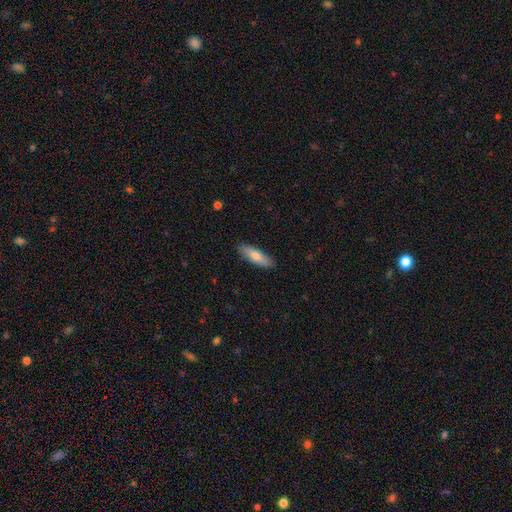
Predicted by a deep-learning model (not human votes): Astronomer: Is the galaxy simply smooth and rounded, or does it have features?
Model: smooth — 71%.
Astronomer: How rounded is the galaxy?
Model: cigar-shaped — 52% (runner-up: in between, 46%).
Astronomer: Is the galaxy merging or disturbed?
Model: none — 89%.